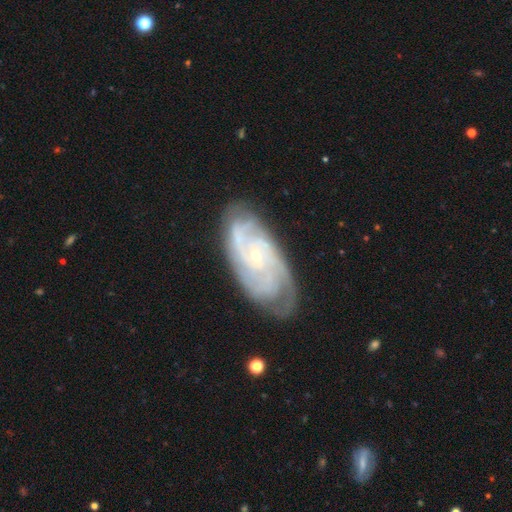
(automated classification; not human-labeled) Smooth or featured? featured or disk (87%)
Edge-on disk? no (95%)
Bar? no (66%)
Spiral arms? yes (97%)
Spiral winding? tight (67%)
Spiral arm count? 3 (29%)
Bulge size? small (78%)
Merging? none (75%)